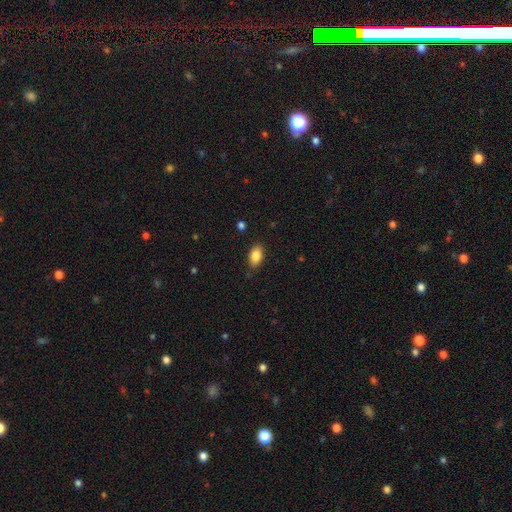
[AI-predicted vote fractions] Overall: smooth (85%). How rounded: in between (91%). Merging: none (84%).